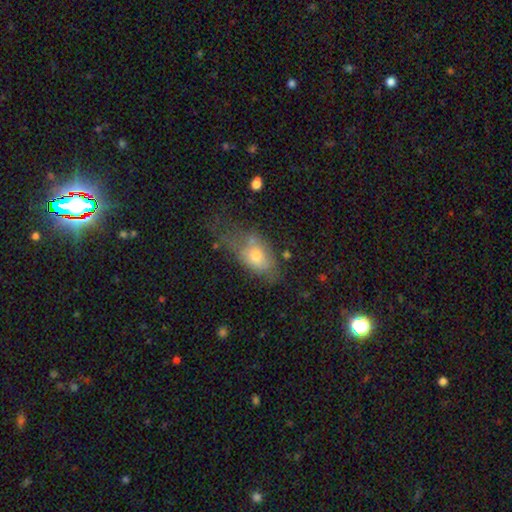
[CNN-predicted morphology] Smooth or featured?
  - smooth: 67% *
  - featured or disk: 24%
  - star or artifact: 9%
How rounded?
  - in between: 84% *
  - round: 12%
  - cigar-shaped: 5%
Merging?
  - major disturbance: 35% *
  - none: 30%
  - minor disturbance: 28%
  - merger: 8%